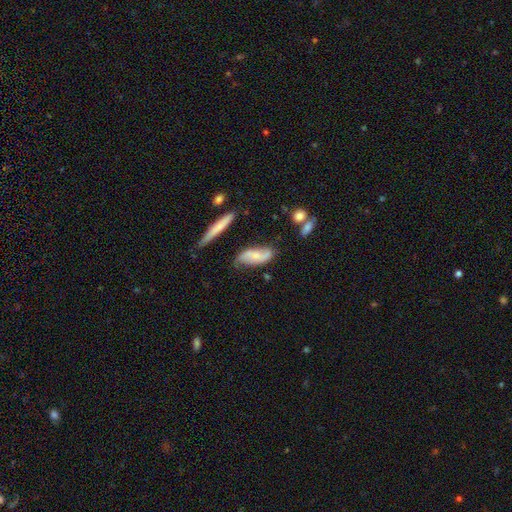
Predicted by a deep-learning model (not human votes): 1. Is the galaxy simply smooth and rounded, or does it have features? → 53% featured or disk, 40% smooth, 7% star or artifact.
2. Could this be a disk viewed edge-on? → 88% no, 12% yes.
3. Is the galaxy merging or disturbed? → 63% none, 24% minor disturbance, 7% major disturbance, 6% merger.